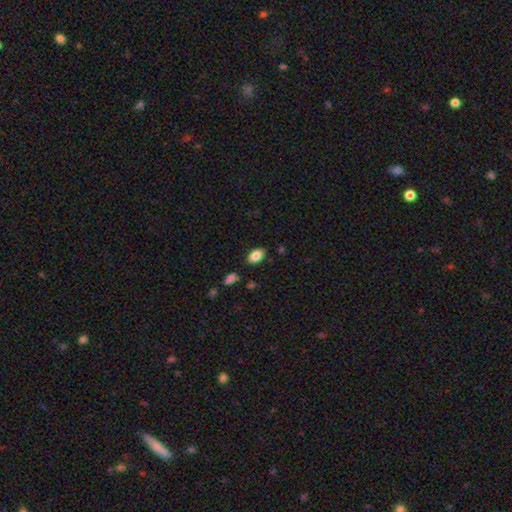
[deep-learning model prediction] Smooth or featured: smooth — 84% (featured or disk — 8%)
How rounded: in between — 92% (round — 5%)
Merging: none — 85% (minor disturbance — 11%)